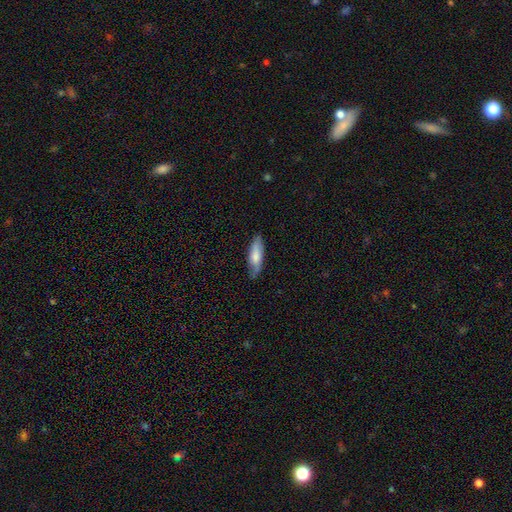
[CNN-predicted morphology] Smooth or featured? smooth (70%)
How rounded? cigar-shaped (51%)
Merging? none (73%)